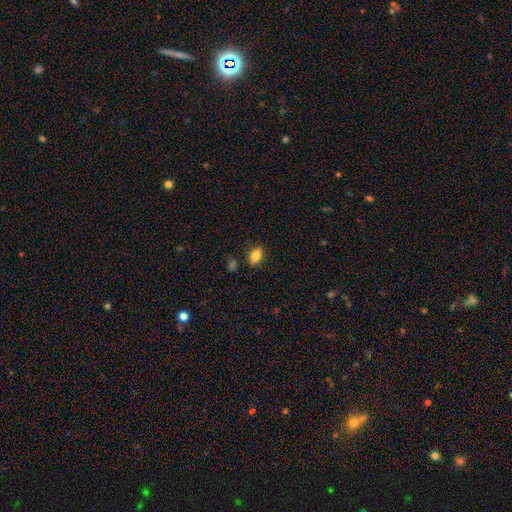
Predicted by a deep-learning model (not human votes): Smooth or featured? smooth (78%)
How rounded? in between (84%)
Merging? none (83%)